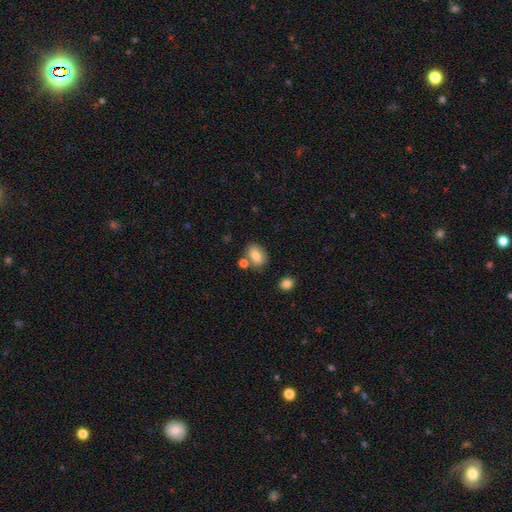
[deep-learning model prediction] smooth 77%, featured or disk 13%, star or artifact 9%. Down the decision tree: how rounded — in between (72%); merging — none (67%).